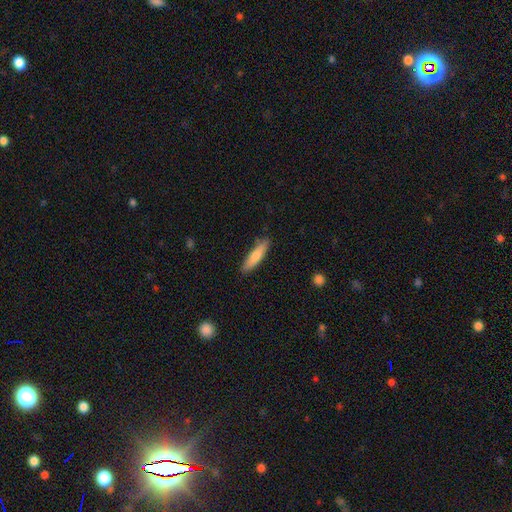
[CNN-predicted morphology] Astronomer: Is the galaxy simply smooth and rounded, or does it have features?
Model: smooth — 77%.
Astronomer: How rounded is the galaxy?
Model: cigar-shaped — 77%.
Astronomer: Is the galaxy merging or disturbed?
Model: none — 84%.